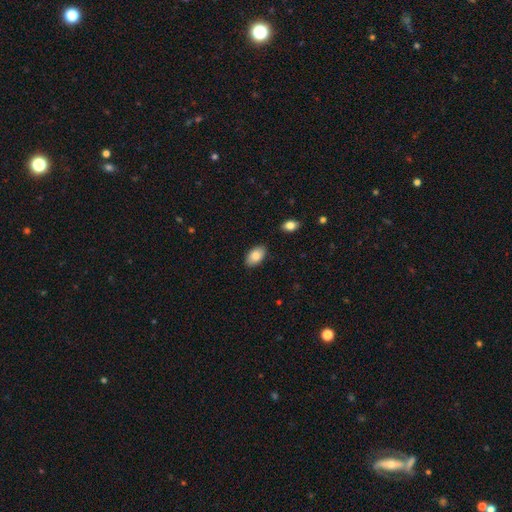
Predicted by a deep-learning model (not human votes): Smooth or featured: smooth — 85% (featured or disk — 9%)
How rounded: in between — 94% (round — 5%)
Merging: none — 86% (minor disturbance — 10%)